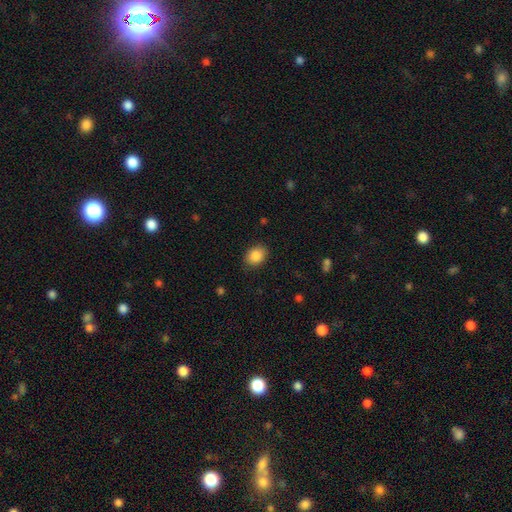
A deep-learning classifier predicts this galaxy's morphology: Smooth or featured? smooth (87%)
How rounded? in between (65%)
Merging? none (85%)